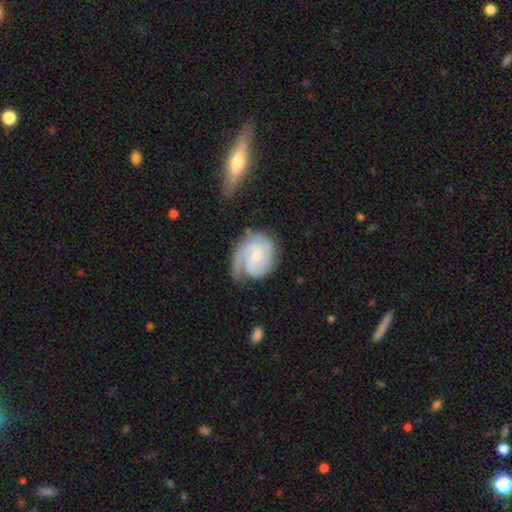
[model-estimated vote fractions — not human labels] Smooth or featured? featured or disk (86%)
Edge-on disk? no (98%)
Bar? no (57%)
Spiral arms? yes (97%)
Spiral winding? tight (62%)
Spiral arm count? 2 (42%)
Bulge size? small (59%)
Merging? none (59%)